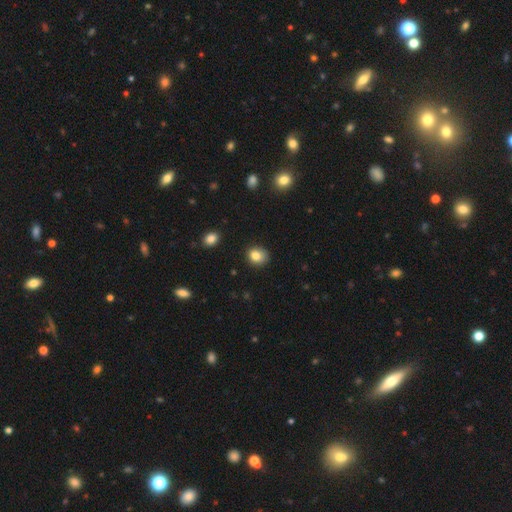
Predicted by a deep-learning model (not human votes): This appears to be a smooth galaxy with no disk features (82%) that is round (64%). Merging: none (83%).